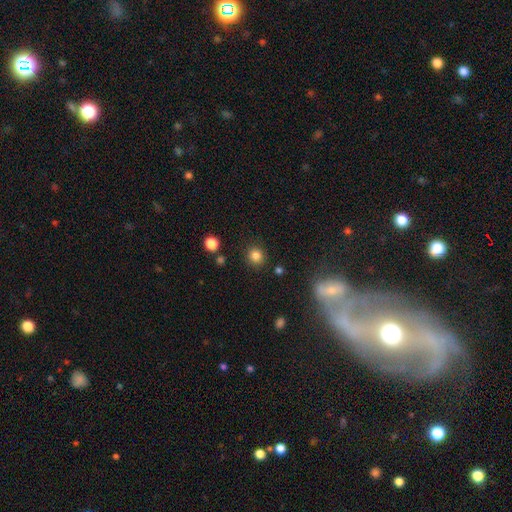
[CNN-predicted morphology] Smooth or featured?
  - smooth: 83% *
  - star or artifact: 12%
  - featured or disk: 4%
How rounded?
  - round: 90% *
  - in between: 10%
  - cigar-shaped: 1%
Merging?
  - none: 88% *
  - minor disturbance: 7%
  - major disturbance: 3%
  - merger: 2%